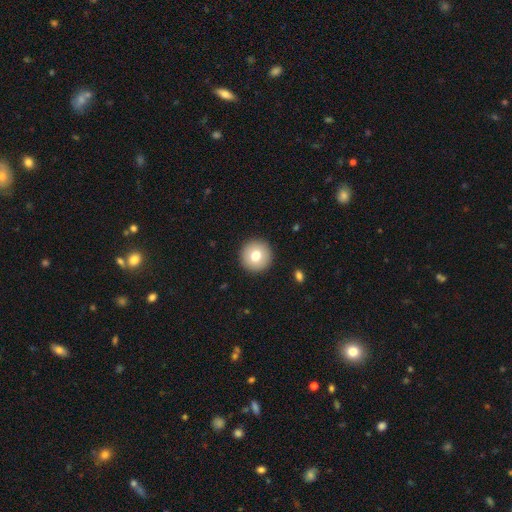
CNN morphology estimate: Q: Smooth or featured?
A: smooth (74%); runner-up: featured or disk (16%)
Q: How rounded?
A: round (96%); runner-up: in between (3%)
Q: Merging?
A: none (93%); runner-up: minor disturbance (5%)